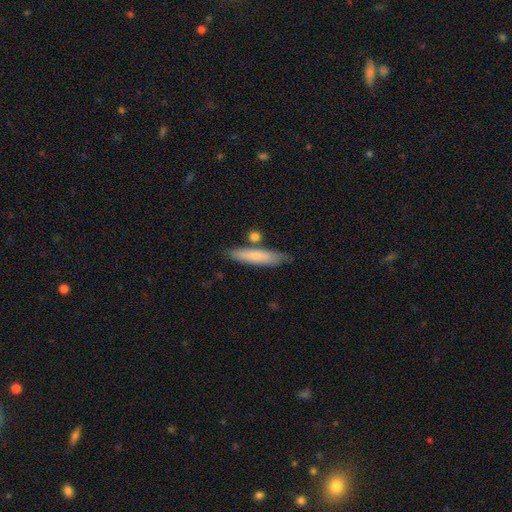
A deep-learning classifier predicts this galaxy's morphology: Smooth or featured? Predicted: smooth (p=0.70). How rounded? Predicted: cigar-shaped (p=0.82). Merging? Predicted: none (p=0.74).